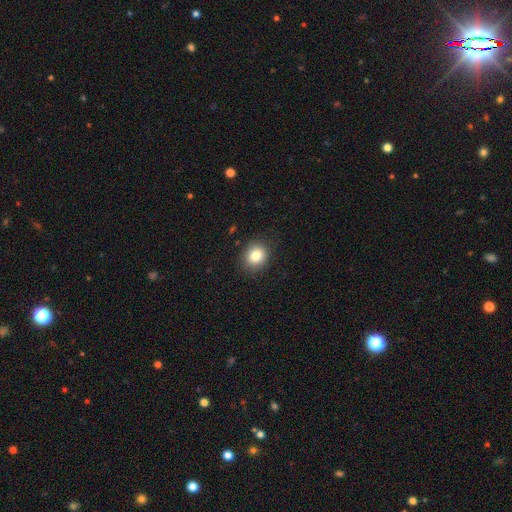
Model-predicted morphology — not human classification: The model was most divided on "how rounded": round: 71%, in between: 28%, cigar-shaped: 1%. More confident: merging — none (87%); smooth or featured — smooth (83%).